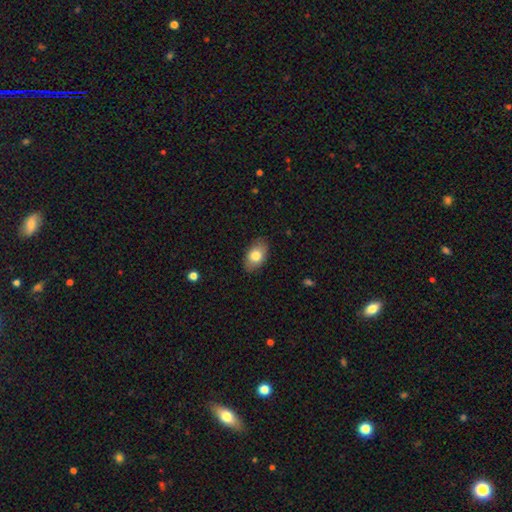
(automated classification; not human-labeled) Smooth or featured? smooth (79%)
How rounded? in between (90%)
Merging? none (86%)